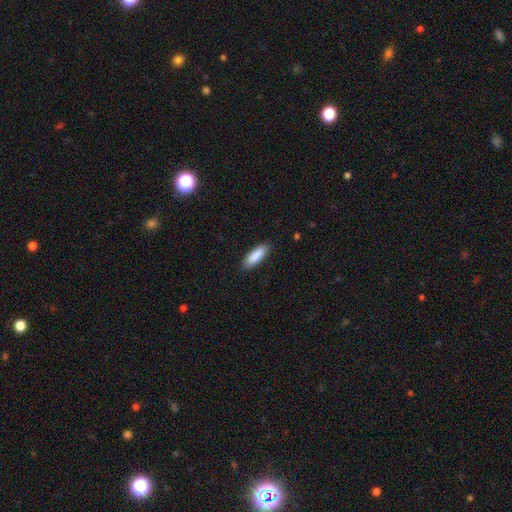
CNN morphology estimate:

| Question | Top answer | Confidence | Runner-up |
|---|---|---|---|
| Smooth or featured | smooth | 89% | featured or disk (6%) |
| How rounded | in between | 56% | cigar-shaped (43%) |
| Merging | none | 88% | minor disturbance (10%) |